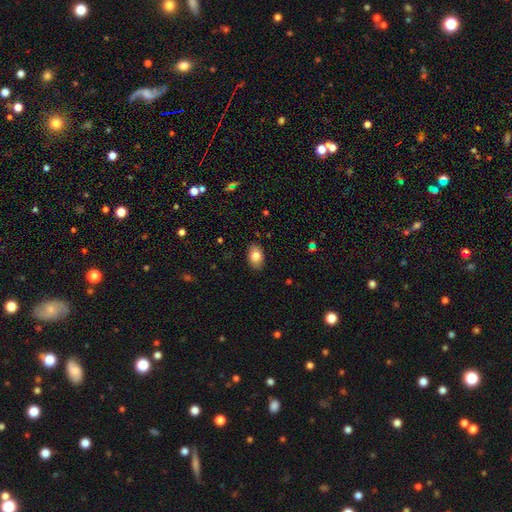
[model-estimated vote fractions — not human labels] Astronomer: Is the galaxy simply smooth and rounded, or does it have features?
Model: smooth — 82%.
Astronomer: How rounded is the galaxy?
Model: in between — 86%.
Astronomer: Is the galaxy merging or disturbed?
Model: none — 87%.